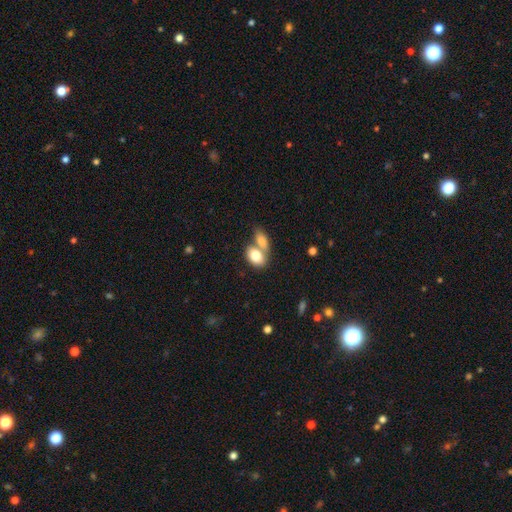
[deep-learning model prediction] smooth-or-featured: smooth: 81% | featured or disk: 13% | star or artifact: 7%
  how-rounded: in between: 82% | round: 16% | cigar-shaped: 2%
  merging: merger: 57% | none: 31% | minor disturbance: 9% | major disturbance: 4%